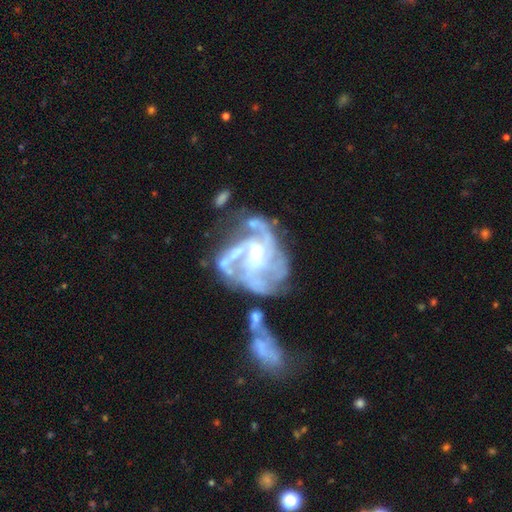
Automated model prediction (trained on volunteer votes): This appears to be a featured or disk galaxy (87%) with no bar (45%), 3 (27%) medium (45%) spiral arms (91%) and a small central bulge (47%). Merging: none (32%).